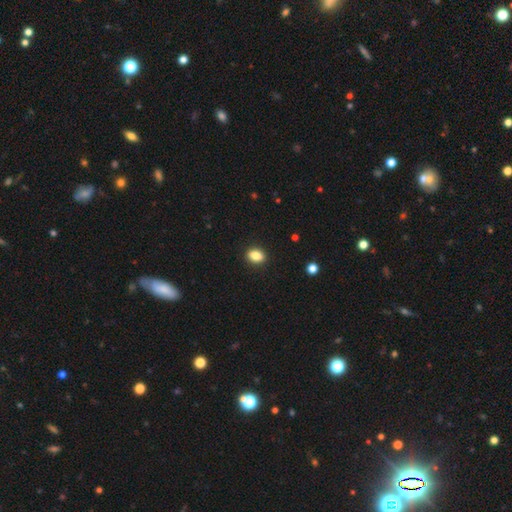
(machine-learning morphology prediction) Q: Smooth or featured?
A: smooth (86%); runner-up: star or artifact (9%)
Q: How rounded?
A: in between (70%); runner-up: round (29%)
Q: Merging?
A: none (90%); runner-up: minor disturbance (7%)